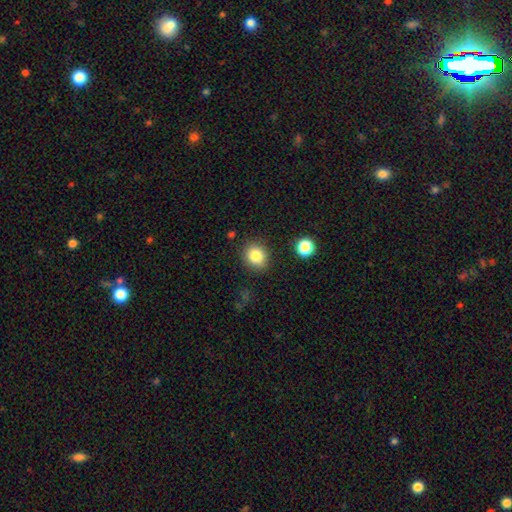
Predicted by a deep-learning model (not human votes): This is clearly a smooth galaxy (83%). How rounded: likely round (74%). Merging: clearly none (84%).